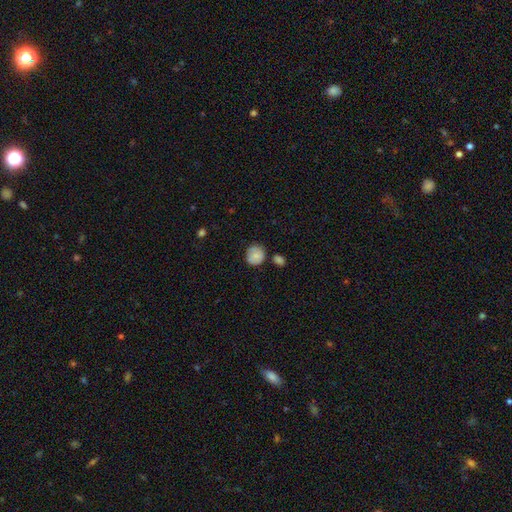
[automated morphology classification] This appears to be a smooth galaxy with no disk features (78%) that is round (84%). Merging: none (68%).